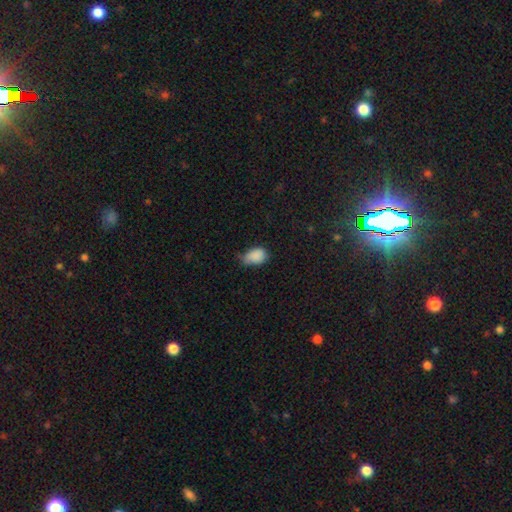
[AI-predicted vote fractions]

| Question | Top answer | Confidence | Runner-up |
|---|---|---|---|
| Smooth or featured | smooth | 86% | star or artifact (9%) |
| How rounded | in between | 84% | round (15%) |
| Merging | minor disturbance | 45% | none (44%) |